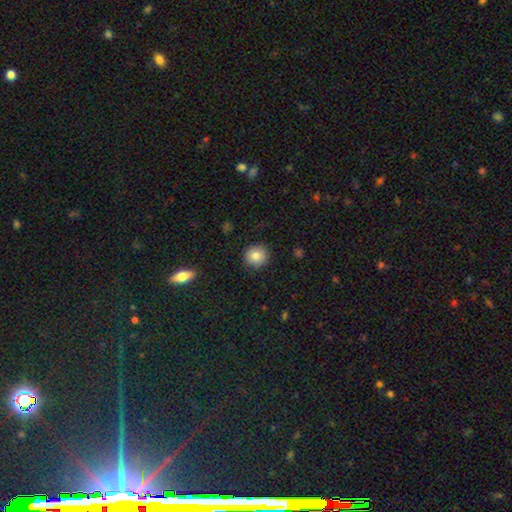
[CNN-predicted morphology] smooth_or_featured: smooth (p=0.83) [alt: star or artifact p=0.09]
how_rounded: round (p=0.91) [alt: in between p=0.08]
merging: none (p=0.90) [alt: minor disturbance p=0.07]